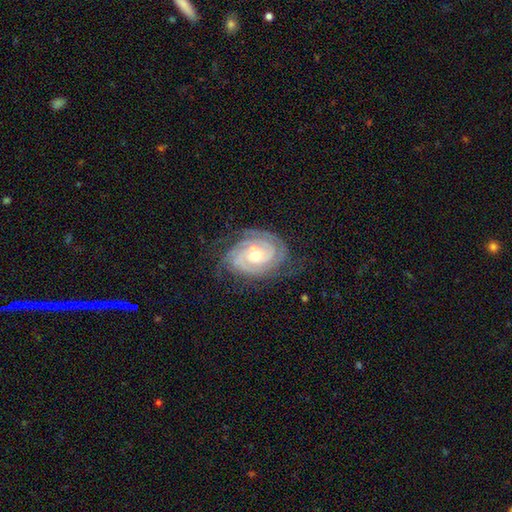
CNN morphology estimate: Smooth or featured? Predicted: featured or disk (p=0.90). Edge-on disk? Predicted: no (p=0.97). Bar? Predicted: no (p=0.64). Spiral arms? Predicted: yes (p=0.98). Spiral winding? Predicted: tight (p=0.81). Spiral arm count? Predicted: 2 (p=0.29). Bulge size? Predicted: moderate (p=0.51). Merging? Predicted: none (p=0.74).